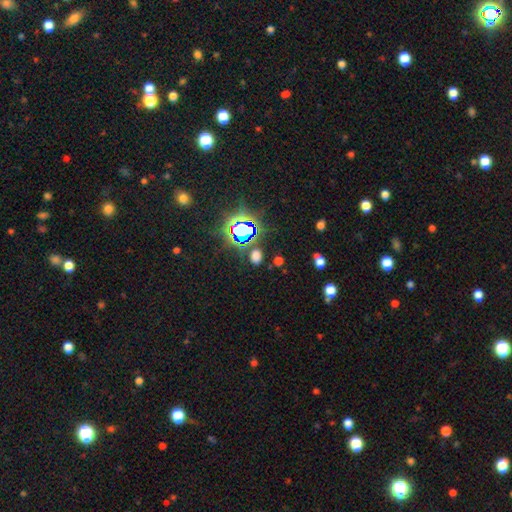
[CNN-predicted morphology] This appears to be a smooth galaxy with no disk features (50%) that is in between round and cigar-shaped (60%). Merging: none (80%).